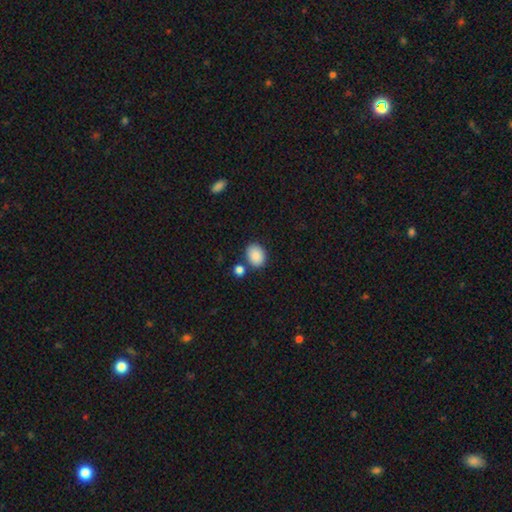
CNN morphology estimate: This is clearly a smooth galaxy (89%). How rounded: likely in between (66%). Merging: likely none (75%).